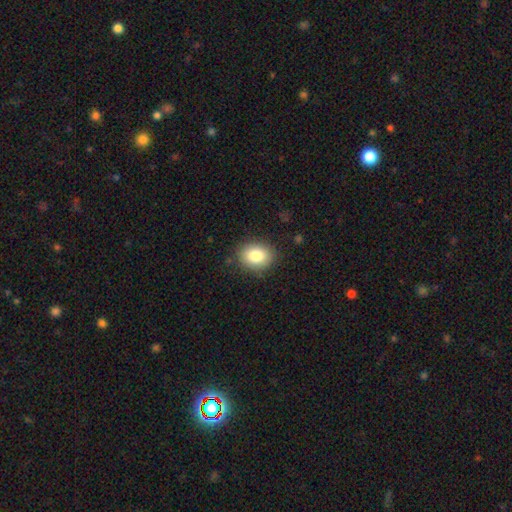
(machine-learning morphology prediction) A smooth galaxy with no disk features (83%) that is in between round and cigar-shaped (53%).

Vote fractions:
- Smooth or featured? smooth: 83% / star or artifact: 9% / featured or disk: 8%
- How rounded? in between: 53% / round: 46% / cigar-shaped: 1%
- Merging? none: 86% / minor disturbance: 10% / major disturbance: 3% / merger: 1%